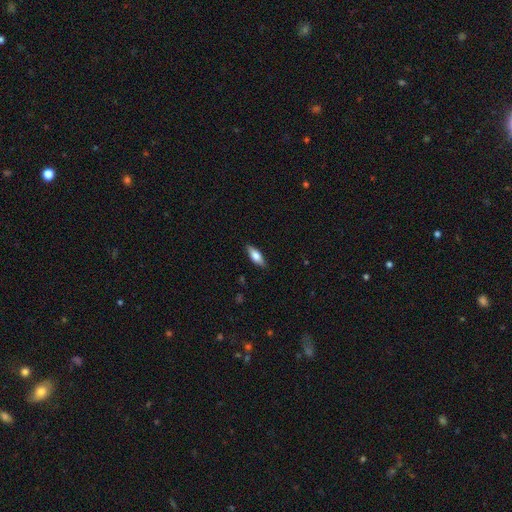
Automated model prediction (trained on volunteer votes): This is likely a smooth galaxy (70%). How rounded: likely in between (69%). Merging: clearly none (86%).